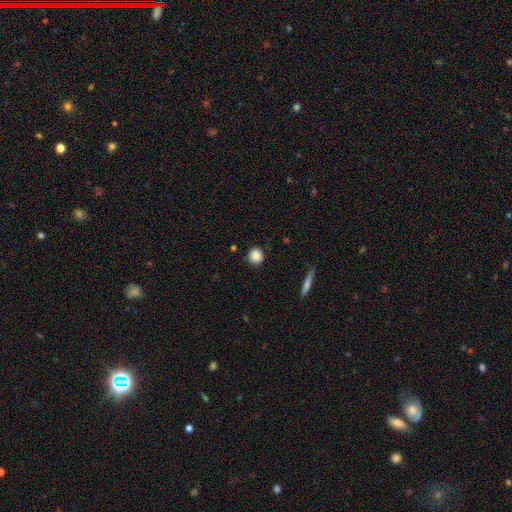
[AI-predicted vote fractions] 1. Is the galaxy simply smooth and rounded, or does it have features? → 87% smooth, 9% star or artifact, 4% featured or disk.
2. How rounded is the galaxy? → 88% round, 11% in between, 2% cigar-shaped.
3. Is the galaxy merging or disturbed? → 86% none, 10% minor disturbance, 2% major disturbance, 1% merger.